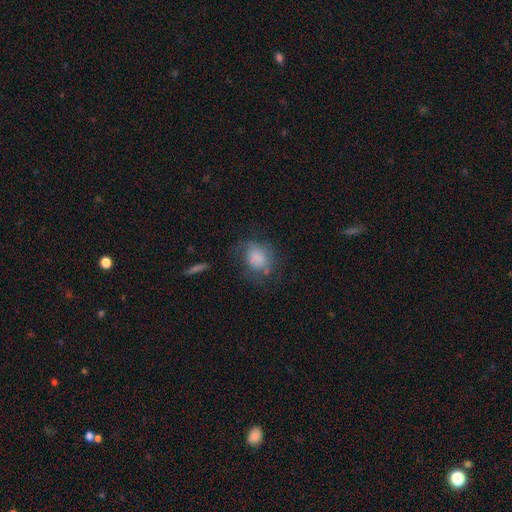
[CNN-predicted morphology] Q: Smooth or featured?
A: smooth (71%); runner-up: featured or disk (19%)
Q: How rounded?
A: in between (51%); runner-up: round (48%)
Q: Merging?
A: none (50%); runner-up: minor disturbance (26%)